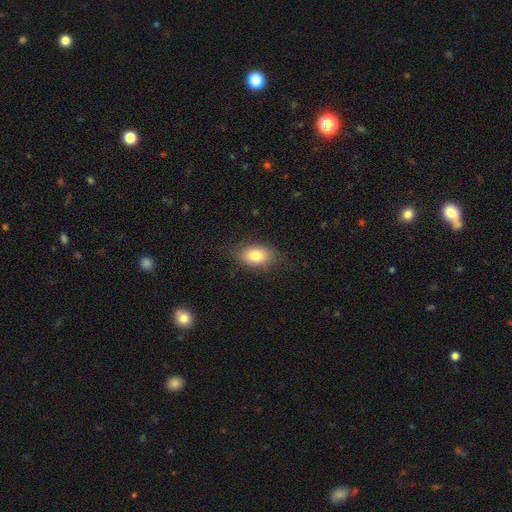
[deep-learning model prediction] Overall: smooth (80%). How rounded: in between (86%). Merging: none (80%).